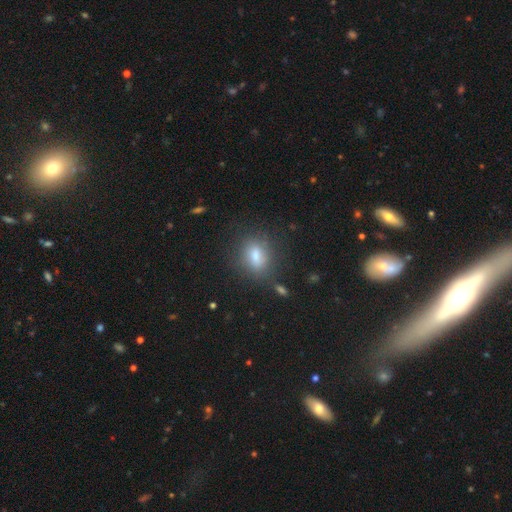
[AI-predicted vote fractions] This appears to be a smooth galaxy with no disk features (74%) that is in between round and cigar-shaped (67%). Merging: none (76%).